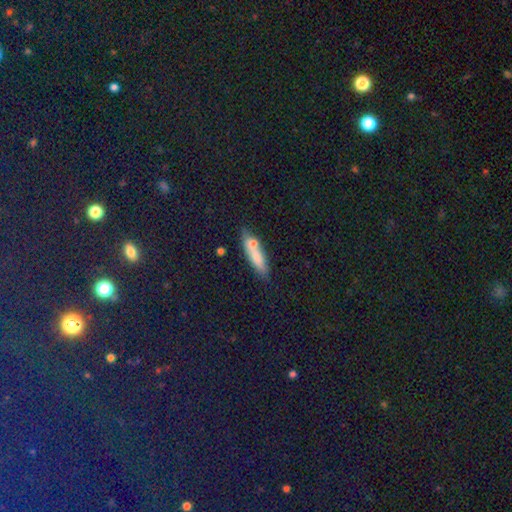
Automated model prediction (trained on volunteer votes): Smooth or featured?
  - smooth: 70% *
  - featured or disk: 17%
  - star or artifact: 13%
How rounded?
  - cigar-shaped: 62% *
  - in between: 33%
  - round: 5%
Merging?
  - none: 66% *
  - merger: 16%
  - minor disturbance: 14%
  - major disturbance: 4%